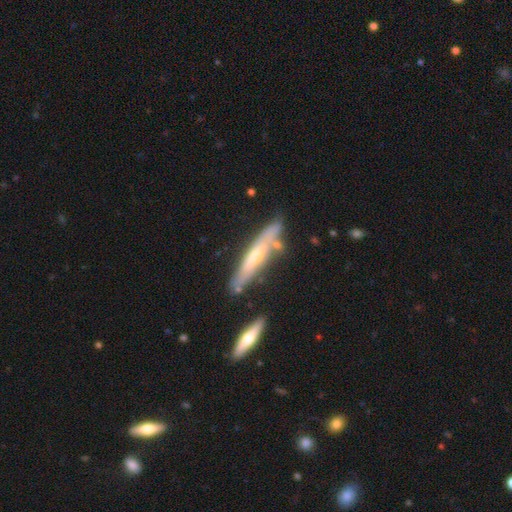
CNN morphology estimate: Overall: featured or disk (56%; smooth 37%). Edge-on disk: yes (82%). Merging: none (71%).